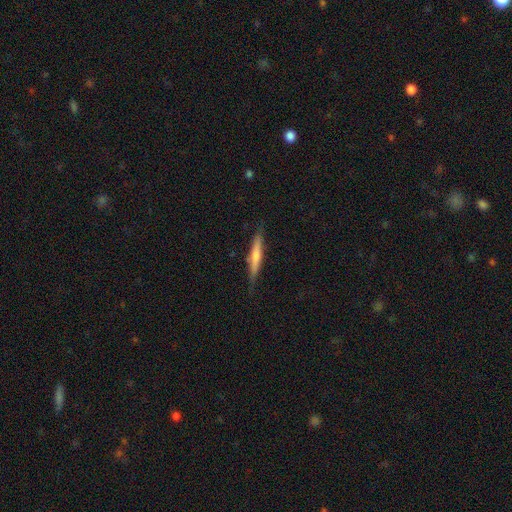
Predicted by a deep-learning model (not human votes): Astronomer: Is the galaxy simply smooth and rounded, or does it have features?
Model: featured or disk — 48% (runner-up: smooth, 46%).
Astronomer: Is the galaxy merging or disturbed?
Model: none — 82%.